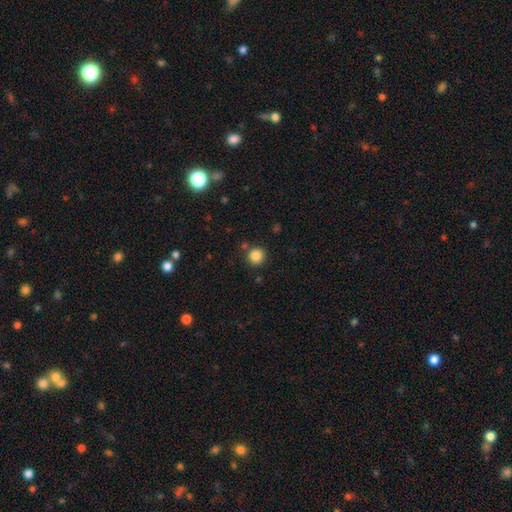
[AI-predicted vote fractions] Morphology: type=smooth (85%); roundness=round (95%); merging=none (85%).